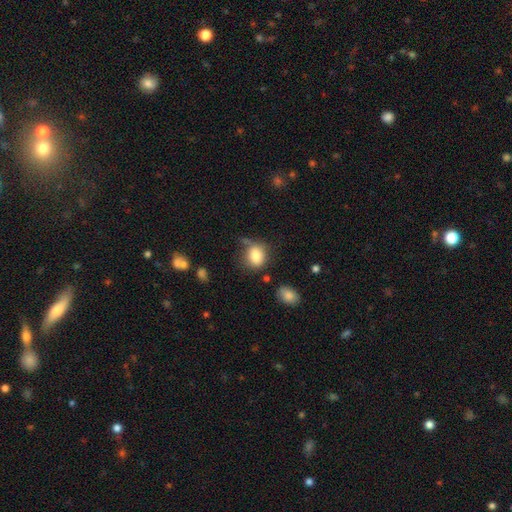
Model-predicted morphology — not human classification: This is clearly a smooth galaxy (81%). How rounded: possibly round (54%). Merging: possibly none (55%).